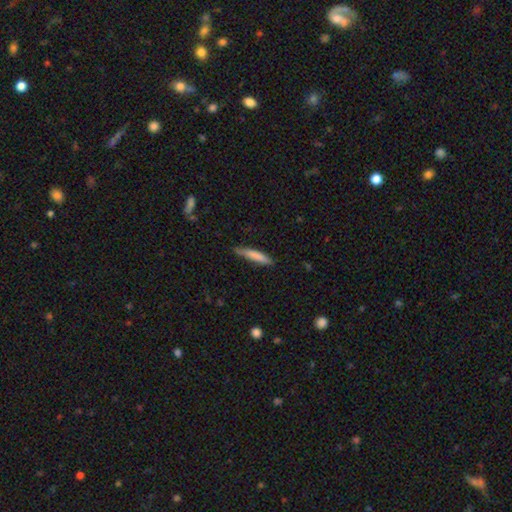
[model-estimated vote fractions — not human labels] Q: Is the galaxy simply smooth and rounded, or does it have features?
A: smooth — 80%.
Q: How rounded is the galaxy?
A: cigar-shaped — 88%.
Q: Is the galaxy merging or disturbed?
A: none — 74%.